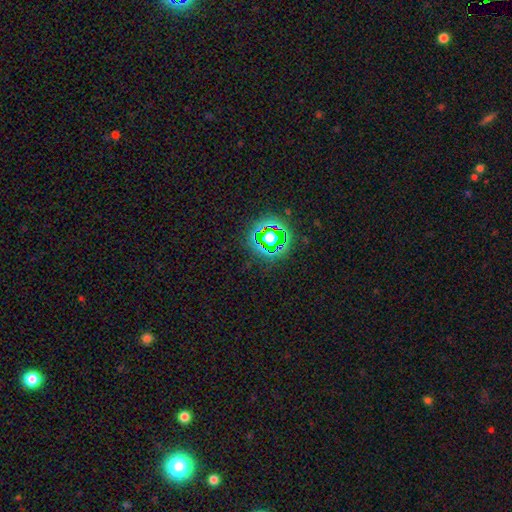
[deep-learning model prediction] Smooth or featured: star or artifact — 75% (smooth — 16%)